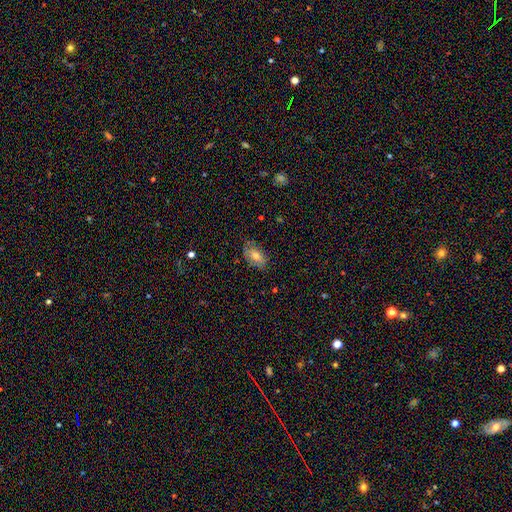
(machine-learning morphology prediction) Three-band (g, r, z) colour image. It shows a smooth galaxy with no disk features (58%) that is in between round and cigar-shaped (89%). Merging: none (74%).